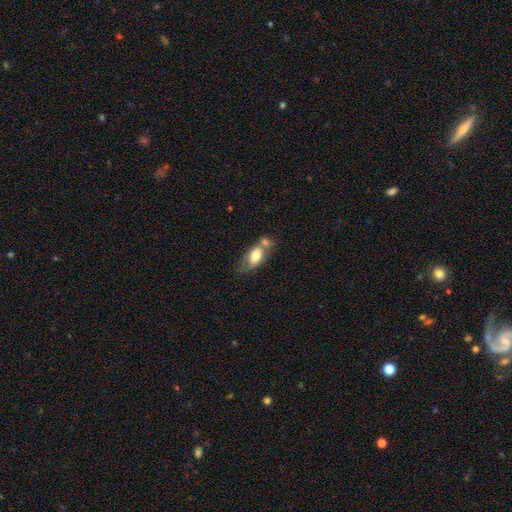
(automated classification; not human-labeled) smooth-or-featured: smooth: 68% | featured or disk: 25% | star or artifact: 7%
  how-rounded: in between: 86% | round: 7% | cigar-shaped: 7%
  merging: merger: 47% | none: 30% | minor disturbance: 16% | major disturbance: 8%